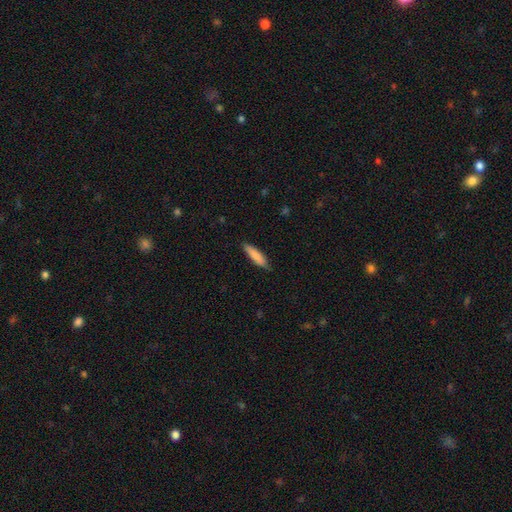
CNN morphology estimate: This appears to be a smooth galaxy with no disk features (84%) that is cigar-shaped (73%). Merging: none (83%).